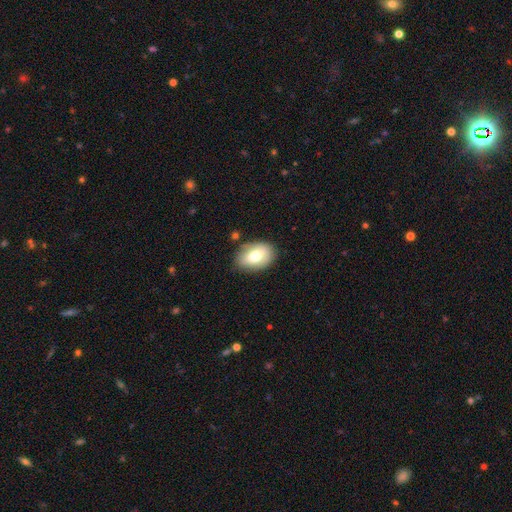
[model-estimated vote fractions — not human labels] Overall: smooth (67%). How rounded: in between (84%). Merging: none (78%).